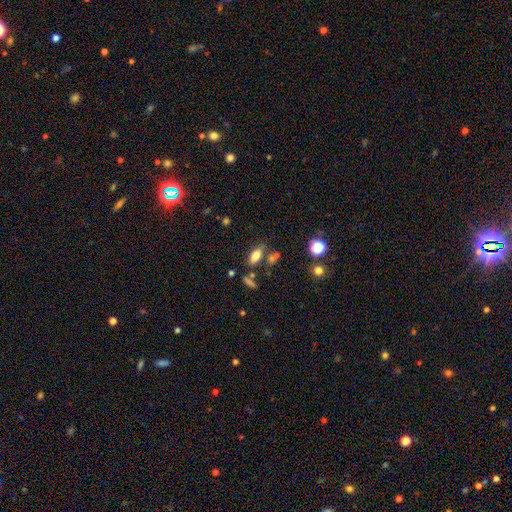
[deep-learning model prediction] Morphology: type=smooth (74%); roundness=in between (83%); merging=none (70%).